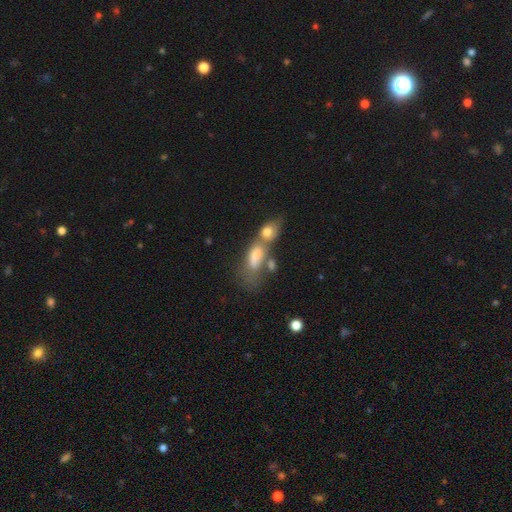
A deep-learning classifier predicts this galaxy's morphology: Overall: smooth (65%). How rounded: in between (73%). Merging: merger (58%).